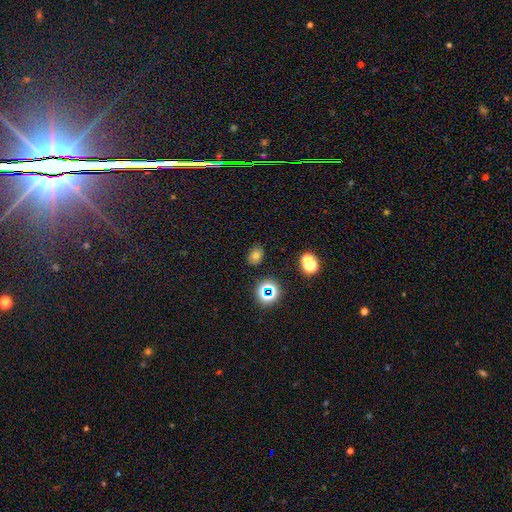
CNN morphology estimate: smooth-or-featured: smooth: 69% | star or artifact: 21% | featured or disk: 11%
  how-rounded: in between: 63% | round: 36% | cigar-shaped: 1%
  merging: none: 83% | minor disturbance: 10% | merger: 3% | major disturbance: 3%